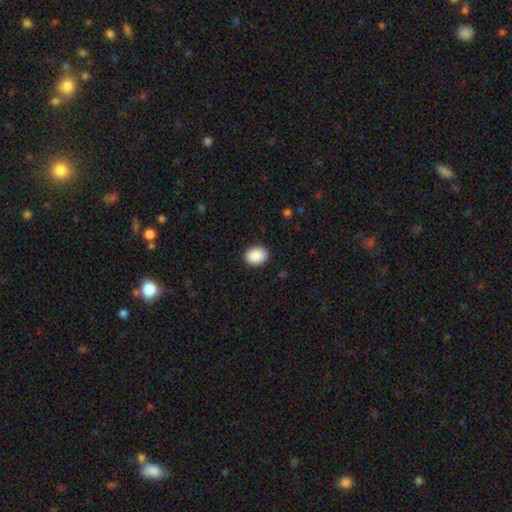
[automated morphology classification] smooth-or-featured: smooth: 90% | star or artifact: 8% | featured or disk: 3%
  how-rounded: in between: 56% | round: 44% | cigar-shaped: 1%
  merging: none: 90% | minor disturbance: 7% | major disturbance: 2% | merger: 1%